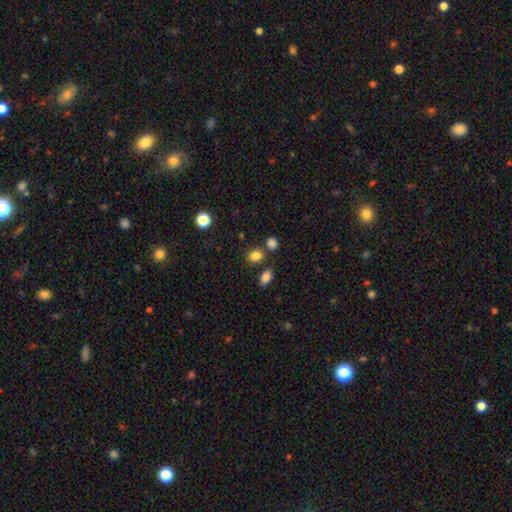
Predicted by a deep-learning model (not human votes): The model was most divided on "how rounded": round: 53%, in between: 46%, cigar-shaped: 1%. More confident: smooth or featured — smooth (83%); merging — none (74%).